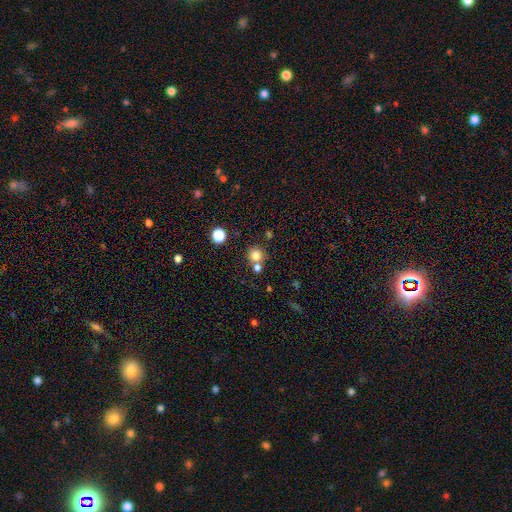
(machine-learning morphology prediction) Q: Smooth or featured?
A: smooth (78%); runner-up: star or artifact (14%)
Q: How rounded?
A: round (92%); runner-up: in between (7%)
Q: Merging?
A: none (63%); runner-up: merger (27%)